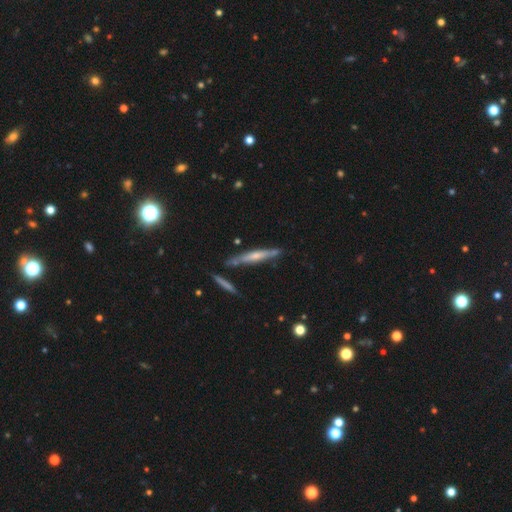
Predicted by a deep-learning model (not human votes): Morphology: type=featured or disk (63%); edge-on=yes (93%); edge-on bulge=rounded (58%); merging=none (77%).